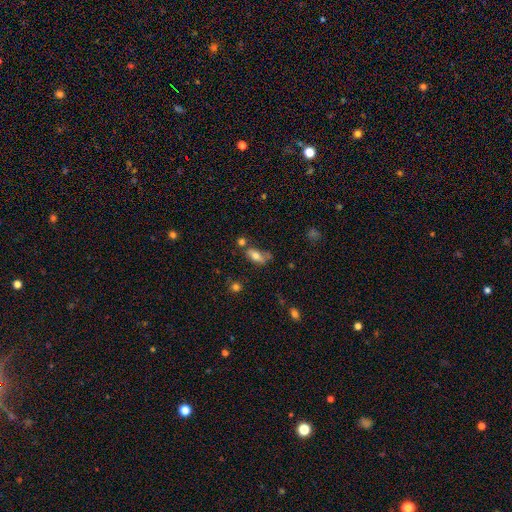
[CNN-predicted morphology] Smooth or featured?
  - smooth: 71% *
  - featured or disk: 20%
  - star or artifact: 9%
How rounded?
  - in between: 82% *
  - cigar-shaped: 13%
  - round: 5%
Merging?
  - none: 44% *
  - minor disturbance: 25%
  - merger: 19%
  - major disturbance: 12%